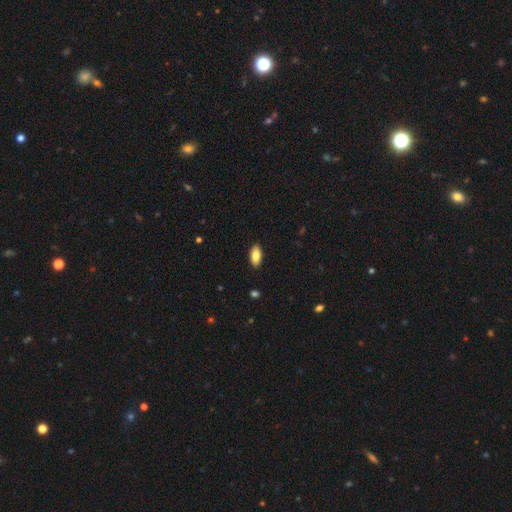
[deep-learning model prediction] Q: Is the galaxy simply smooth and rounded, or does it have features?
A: smooth — 87%.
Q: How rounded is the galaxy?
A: in between — 91%.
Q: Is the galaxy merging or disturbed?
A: none — 89%.